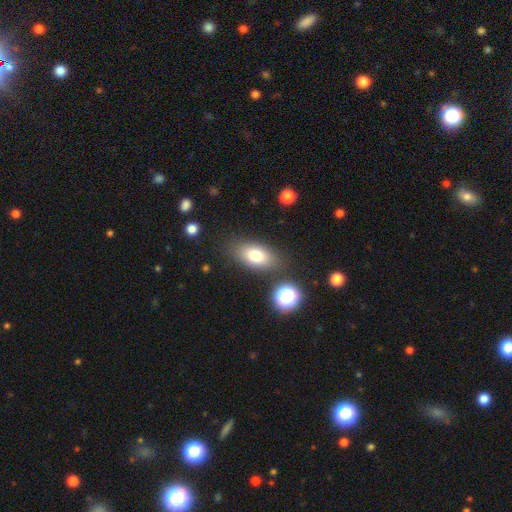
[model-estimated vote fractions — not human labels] smooth 75%, featured or disk 14%, star or artifact 11%. Down the decision tree: how rounded — in between (85%); merging — none (81%).